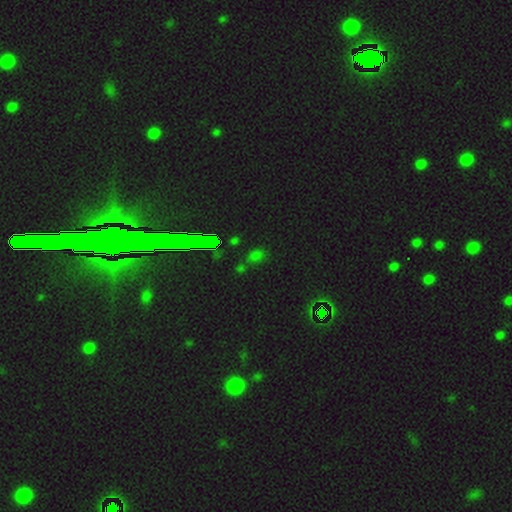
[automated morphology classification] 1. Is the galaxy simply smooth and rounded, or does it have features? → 52% star or artifact, 39% smooth, 9% featured or disk.